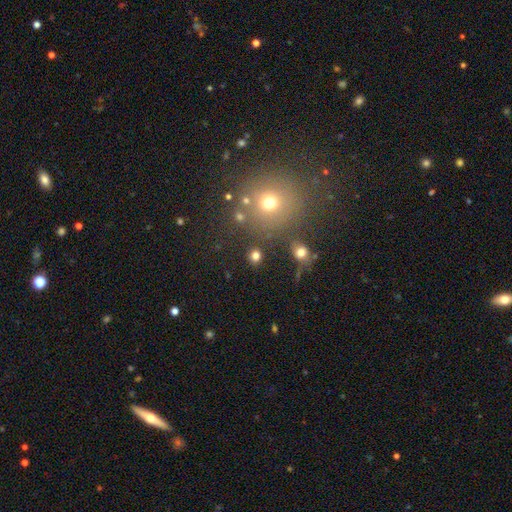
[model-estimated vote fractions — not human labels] smooth 78%, star or artifact 16%, featured or disk 6%. Down the decision tree: how rounded — round (85%); merging — none (85%).